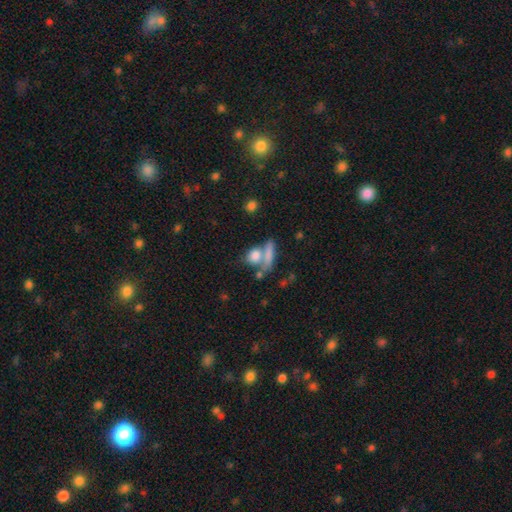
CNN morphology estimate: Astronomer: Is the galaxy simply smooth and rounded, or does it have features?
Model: smooth — 77%.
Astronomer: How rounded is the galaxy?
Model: in between — 45% (runner-up: round, 40%).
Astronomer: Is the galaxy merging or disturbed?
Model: none — 41%, tied with merger at 41%.